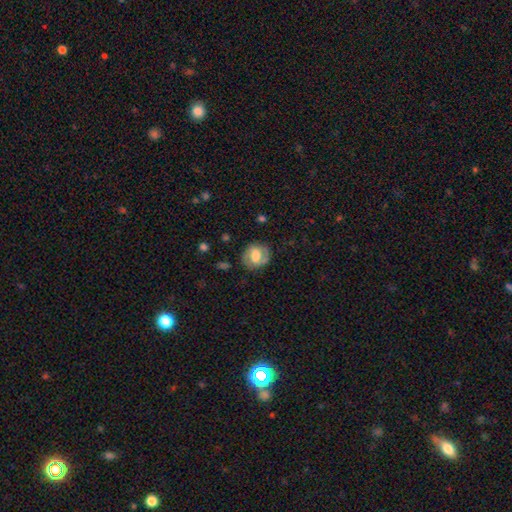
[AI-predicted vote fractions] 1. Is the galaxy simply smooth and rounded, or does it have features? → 48% featured or disk, 44% smooth, 7% star or artifact.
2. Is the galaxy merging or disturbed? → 76% none, 16% minor disturbance, 6% major disturbance, 1% merger.